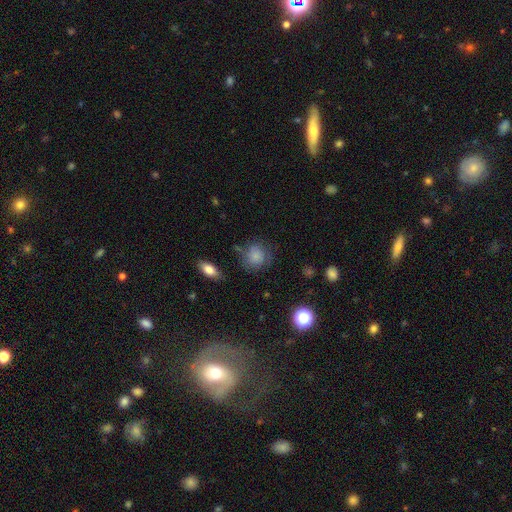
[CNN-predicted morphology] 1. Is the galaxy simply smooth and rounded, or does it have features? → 72% smooth, 17% featured or disk, 11% star or artifact.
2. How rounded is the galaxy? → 79% round, 20% in between, 1% cigar-shaped.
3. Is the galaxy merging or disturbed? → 63% none, 23% minor disturbance, 11% major disturbance, 3% merger.